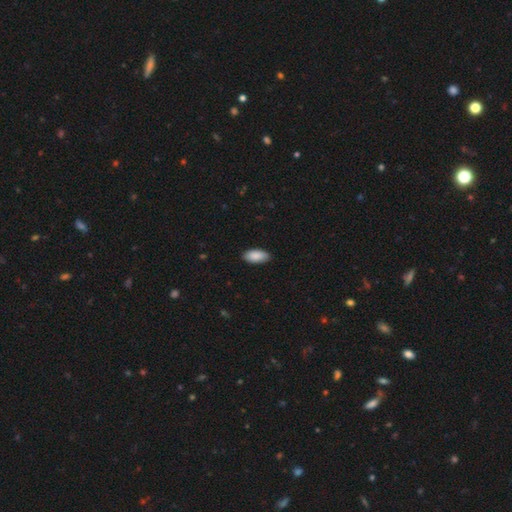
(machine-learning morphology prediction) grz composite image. It shows a smooth galaxy with no disk features (90%) that is in between round and cigar-shaped (93%). Merging: none (88%).